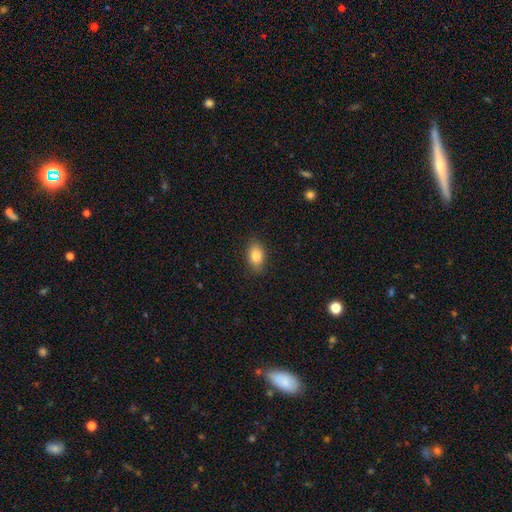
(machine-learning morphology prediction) This appears to be a smooth galaxy with no disk features (86%) that is in between round and cigar-shaped (87%). Merging: none (85%).